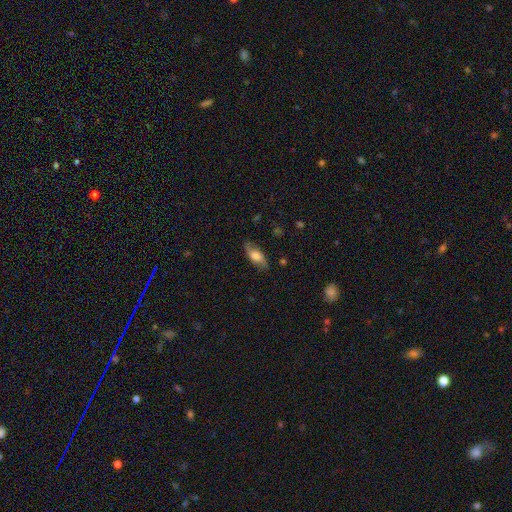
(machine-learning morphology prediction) Smooth or featured? smooth (49%)
Merging? none (77%)